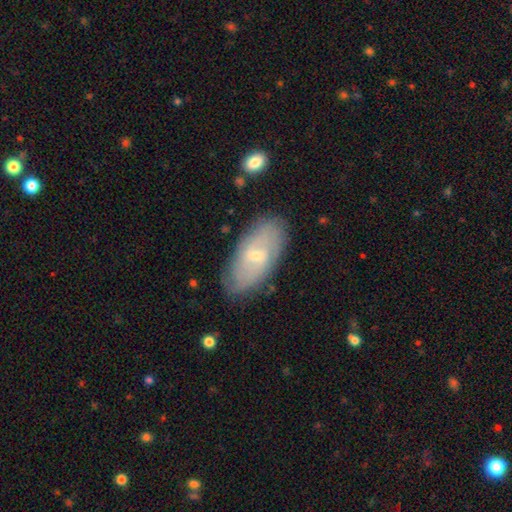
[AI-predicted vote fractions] smooth_or_featured: featured or disk (p=0.61) [alt: smooth p=0.33]
disk_edge_on: no (p=0.91) [alt: yes p=0.09]
bar: weak (p=0.58) [alt: no p=0.29]
has_spiral_arms: yes (p=0.75) [alt: no p=0.25]
bulge_size: small (p=0.63) [alt: moderate p=0.33]
merging: none (p=0.78) [alt: minor disturbance p=0.17]